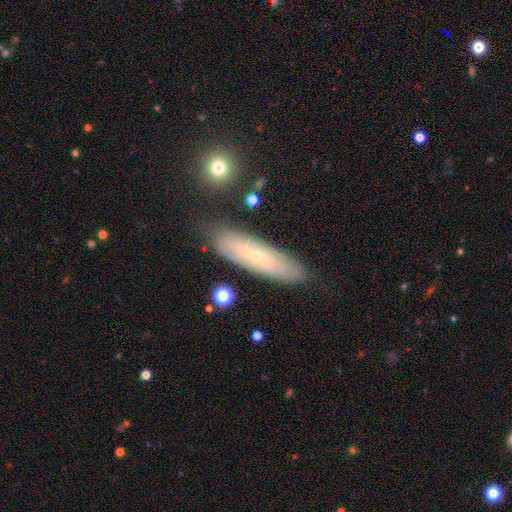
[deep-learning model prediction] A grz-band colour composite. It shows a featured or disk galaxy (65%). Merging: none (82%).